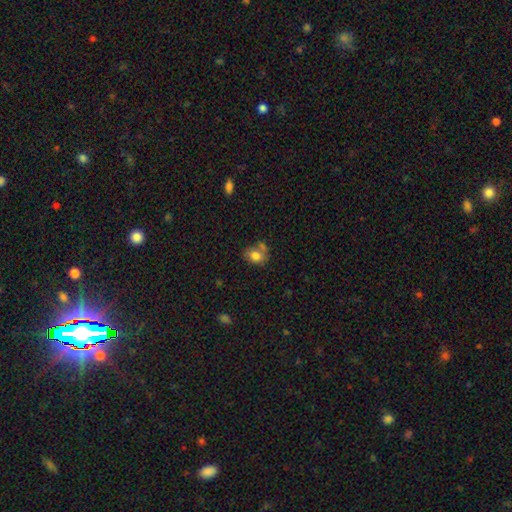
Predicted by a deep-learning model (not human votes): Smooth or featured?
  - smooth: 78% *
  - featured or disk: 13%
  - star or artifact: 10%
How rounded?
  - in between: 57% *
  - round: 42%
  - cigar-shaped: 1%
Merging?
  - none: 52% *
  - merger: 21%
  - minor disturbance: 21%
  - major disturbance: 7%